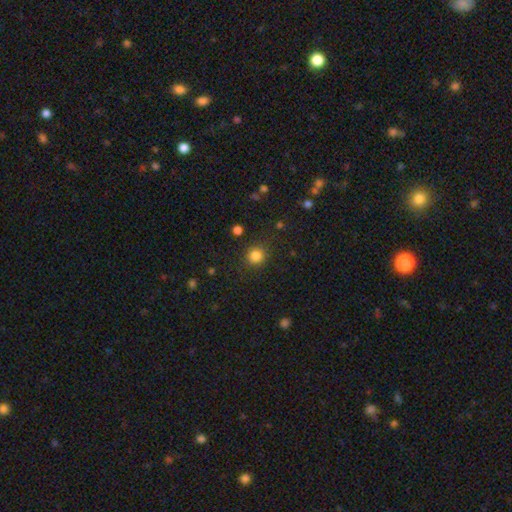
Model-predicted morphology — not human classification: smooth 83%, star or artifact 12%, featured or disk 4%. Down the decision tree: how rounded — round (89%); merging — none (86%).